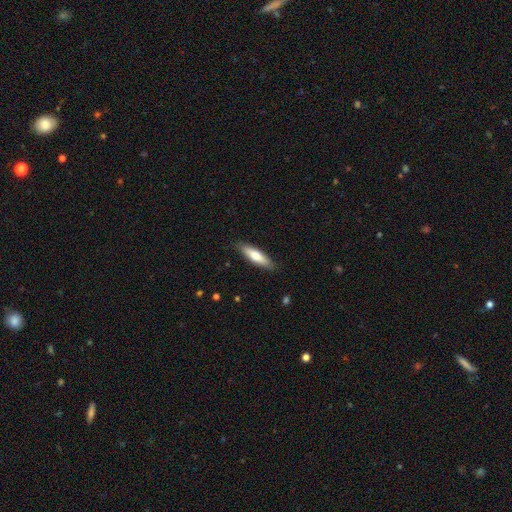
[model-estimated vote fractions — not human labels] This is likely a smooth galaxy (68%). How rounded: likely cigar-shaped (63%). Merging: clearly none (86%).